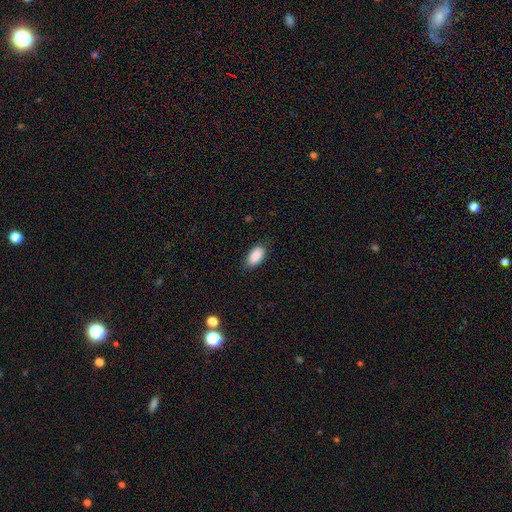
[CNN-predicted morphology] Smooth or featured? Predicted: smooth (p=0.89). How rounded? Predicted: in between (p=0.94). Merging? Predicted: none (p=0.83).